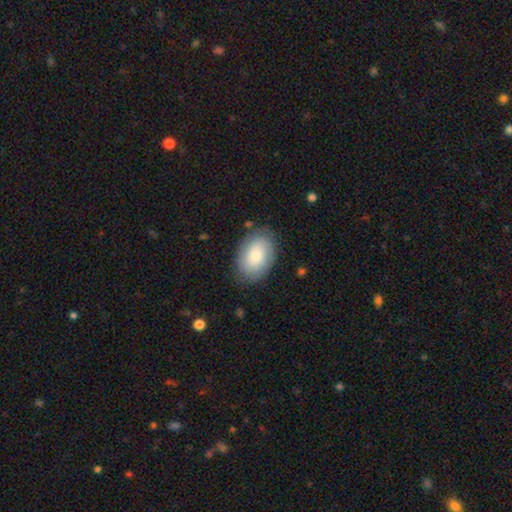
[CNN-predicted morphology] Smooth or featured? Predicted: smooth (p=0.69). How rounded? Predicted: in between (p=0.84). Merging? Predicted: none (p=0.79).